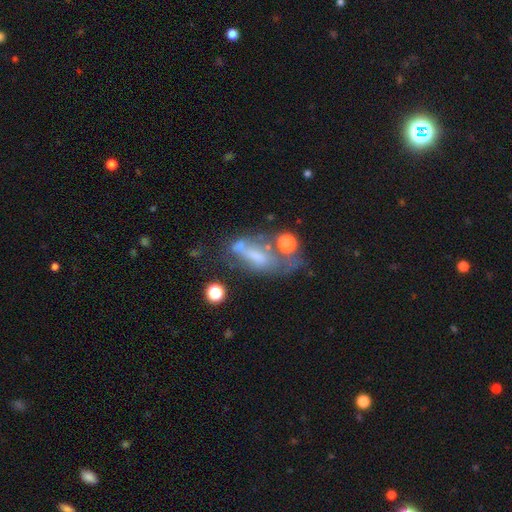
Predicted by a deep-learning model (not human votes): smooth-or-featured: featured or disk: 46% | smooth: 39% | star or artifact: 14%
  merging: major disturbance: 31% | none: 27% | merger: 22% | minor disturbance: 20%